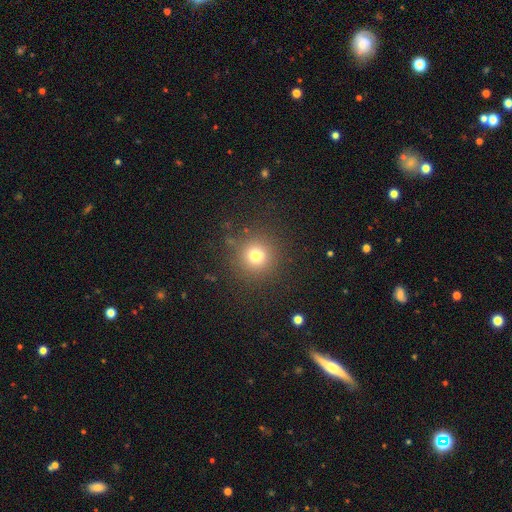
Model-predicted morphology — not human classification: This appears to be a smooth galaxy with no disk features (74%) that is round (94%). Merging: none (86%).